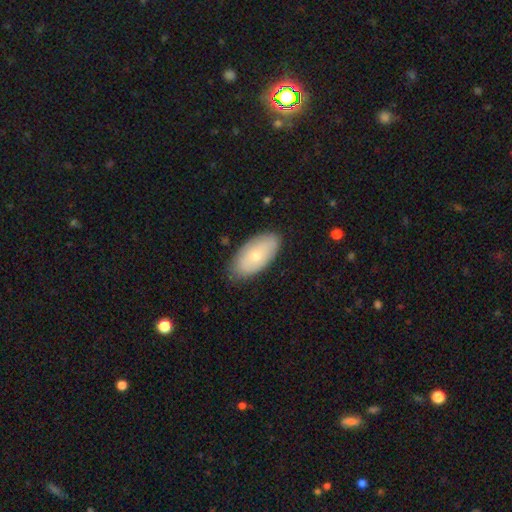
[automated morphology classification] smooth_or_featured: smooth (p=0.68) [alt: featured or disk p=0.26]
how_rounded: in between (p=0.94) [alt: cigar-shaped p=0.03]
merging: none (p=0.81) [alt: minor disturbance p=0.15]